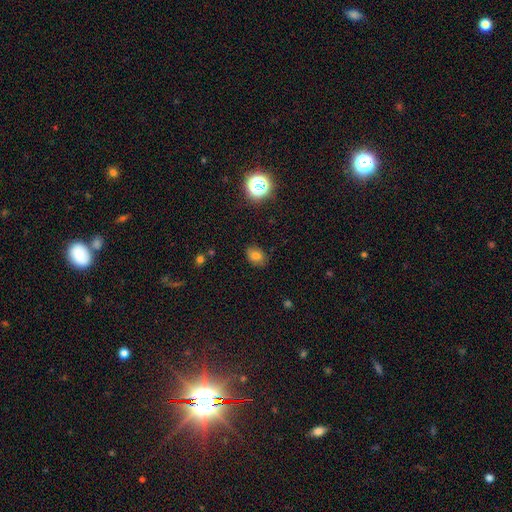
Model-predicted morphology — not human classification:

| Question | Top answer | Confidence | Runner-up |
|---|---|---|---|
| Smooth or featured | smooth | 75% | star or artifact (16%) |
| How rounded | in between | 64% | round (35%) |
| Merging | none | 83% | minor disturbance (13%) |